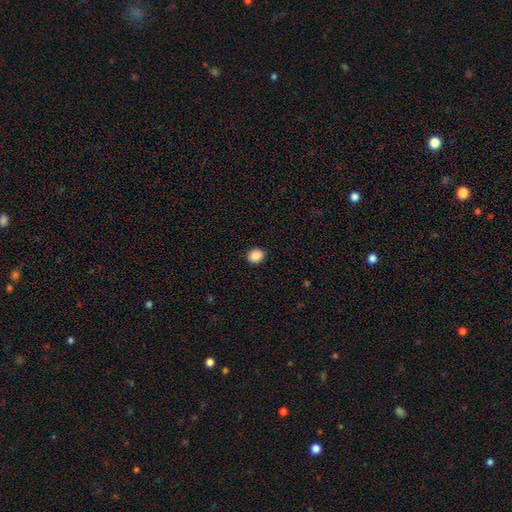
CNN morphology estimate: Smooth or featured?
  - smooth: 89% *
  - star or artifact: 8%
  - featured or disk: 2%
How rounded?
  - round: 58% *
  - in between: 41%
  - cigar-shaped: 1%
Merging?
  - none: 89% *
  - minor disturbance: 8%
  - major disturbance: 2%
  - merger: 1%